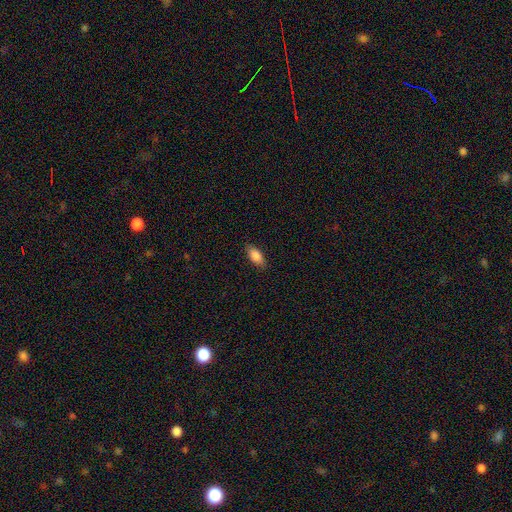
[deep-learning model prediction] Smooth or featured? Predicted: smooth (p=0.86). How rounded? Predicted: in between (p=0.86). Merging? Predicted: none (p=0.86).